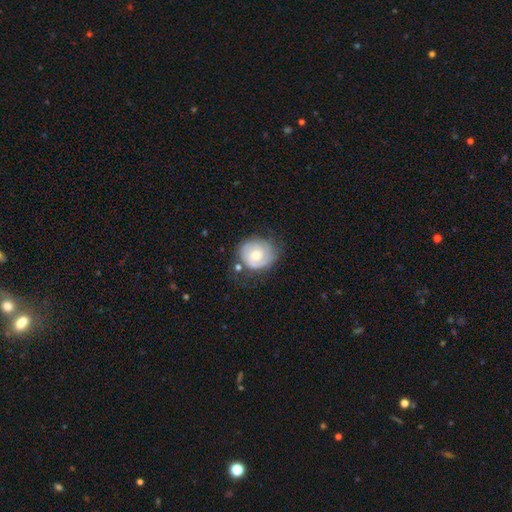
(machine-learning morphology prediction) The model was most divided on "smooth or featured": featured or disk: 53%, smooth: 41%, star or artifact: 6%. More confident: edge-on disk — no (97%); bar — no (77%); spiral arms — yes (71%); bulge size — moderate (68%); merging — none (61%).